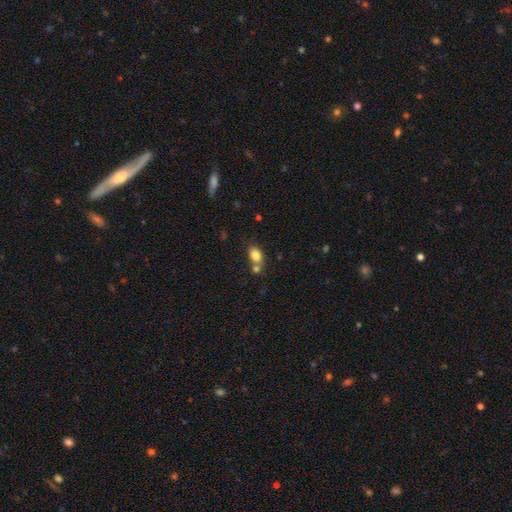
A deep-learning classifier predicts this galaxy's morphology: This is clearly a smooth galaxy (82%). How rounded: likely in between (78%). Merging: possibly none (55%).